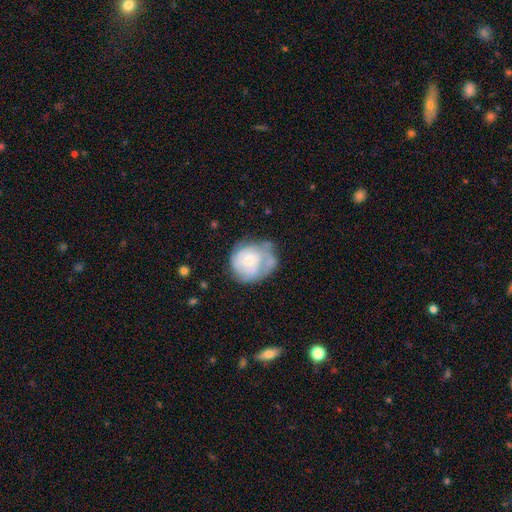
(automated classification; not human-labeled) featured or disk 50%, smooth 43%, star or artifact 7%. Down the decision tree: merging — none (45%).